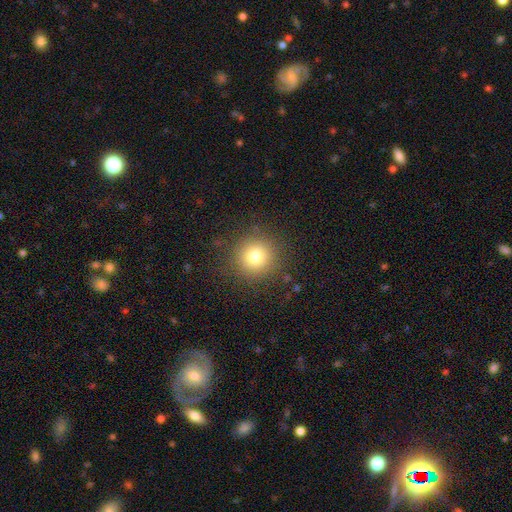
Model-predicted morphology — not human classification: This appears to be a smooth galaxy with no disk features (77%) that is round (94%). Merging: none (90%).